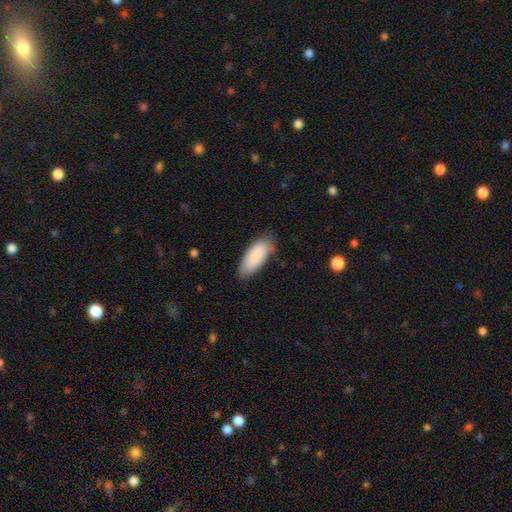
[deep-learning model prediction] A smooth galaxy with no disk features (85%) that is in between round and cigar-shaped (84%).

Vote fractions:
- Smooth or featured? smooth: 85% / featured or disk: 9% / star or artifact: 6%
- How rounded? in between: 84% / cigar-shaped: 15% / round: 2%
- Merging? none: 77% / minor disturbance: 19% / major disturbance: 3% / merger: 1%